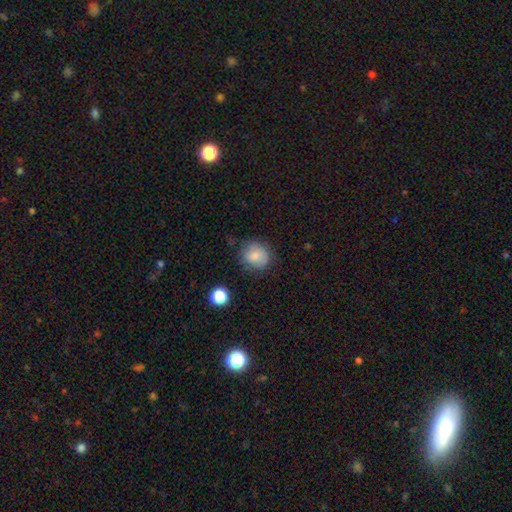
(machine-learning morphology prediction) smooth-or-featured: smooth: 78% | featured or disk: 13% | star or artifact: 9%
  how-rounded: round: 77% | in between: 22% | cigar-shaped: 1%
  merging: none: 73% | minor disturbance: 19% | major disturbance: 6% | merger: 2%